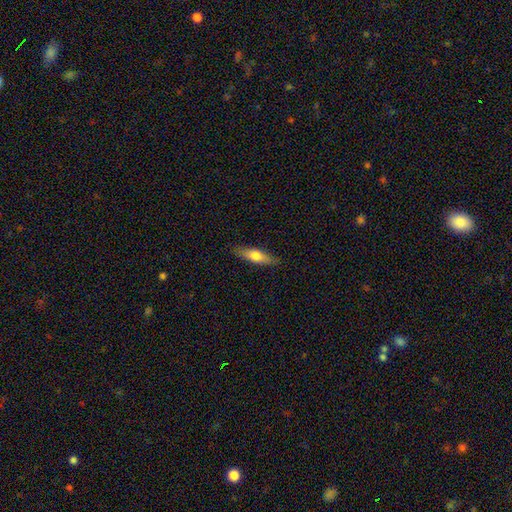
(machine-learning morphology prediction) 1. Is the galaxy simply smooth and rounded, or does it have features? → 65% smooth, 29% featured or disk, 6% star or artifact.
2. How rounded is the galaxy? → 58% cigar-shaped, 39% in between, 2% round.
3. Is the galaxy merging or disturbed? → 86% none, 11% minor disturbance, 2% major disturbance, 1% merger.